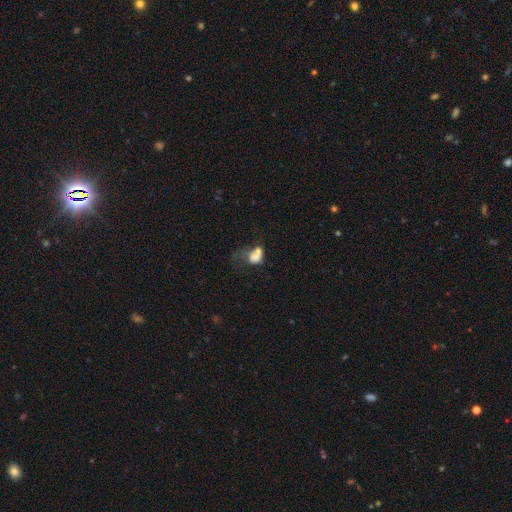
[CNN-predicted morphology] type=smooth (63%); roundness=in between (58%); merging=merger (42%).